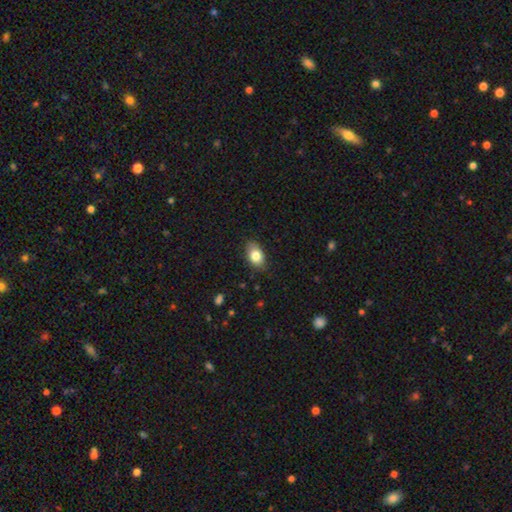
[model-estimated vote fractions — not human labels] A smooth galaxy with no disk features (82%) that is in between round and cigar-shaped (86%).

Vote fractions:
- Smooth or featured? smooth: 82% / featured or disk: 11% / star or artifact: 8%
- How rounded? in between: 86% / round: 12% / cigar-shaped: 2%
- Merging? none: 82% / minor disturbance: 14% / major disturbance: 3% / merger: 1%